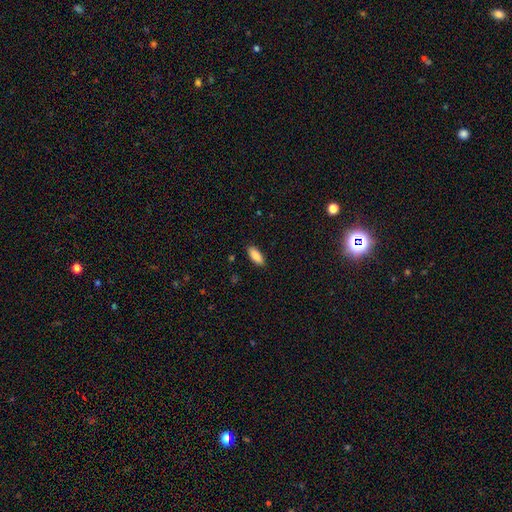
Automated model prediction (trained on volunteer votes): Smooth or featured: smooth — 88% (star or artifact — 6%)
How rounded: in between — 80% (cigar-shaped — 18%)
Merging: none — 88% (minor disturbance — 9%)